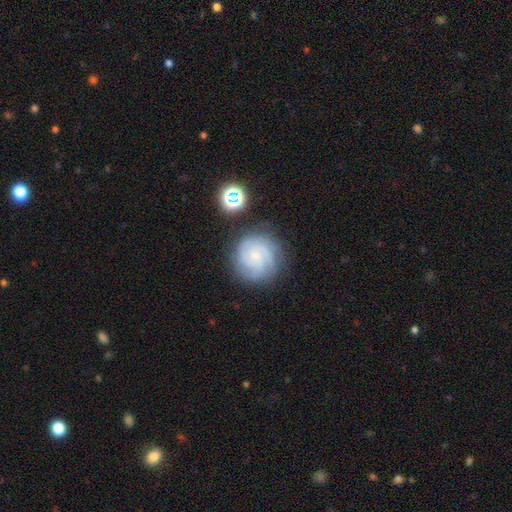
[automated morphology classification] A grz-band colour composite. It shows a featured or disk galaxy (71%) with no bar (73%), 3 (35%) tight (67%) spiral arms (95%) and a small central bulge (70%). Merging: none (77%).